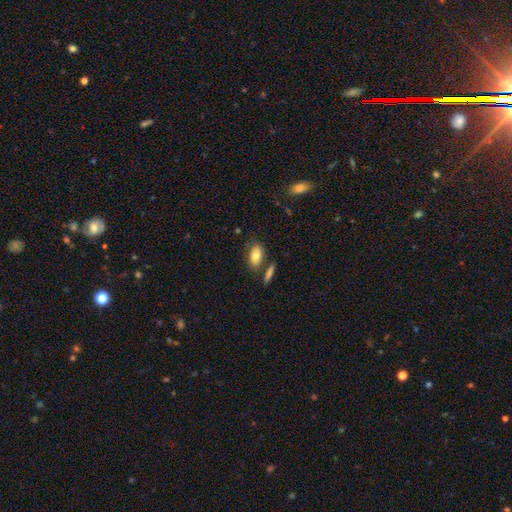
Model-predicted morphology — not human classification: type=smooth (77%); roundness=in between (90%); merging=none (70%).